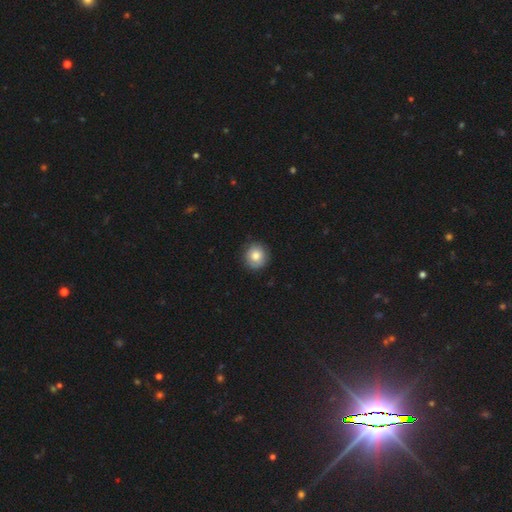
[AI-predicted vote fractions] The model was most divided on "smooth or featured": smooth: 81%, featured or disk: 11%, star or artifact: 8%. More confident: how rounded — round (91%); merging — none (86%).